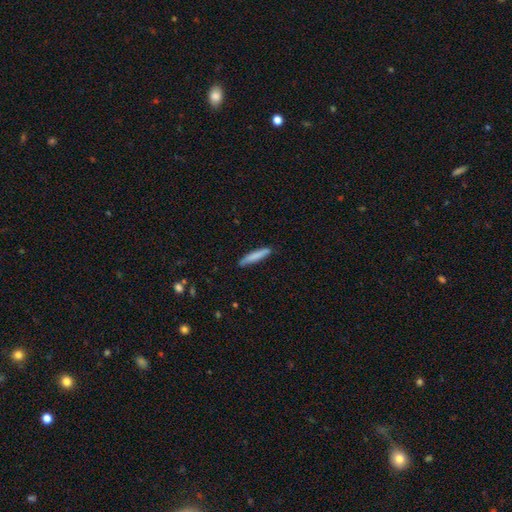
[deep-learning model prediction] This is likely a smooth galaxy (80%). How rounded: clearly cigar-shaped (91%). Merging: clearly none (85%).